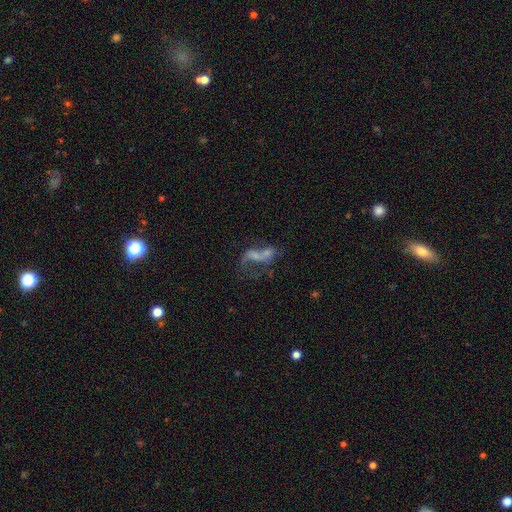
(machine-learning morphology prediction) smooth_or_featured: featured or disk (p=0.56) [alt: smooth p=0.25]
disk_edge_on: no (p=0.94) [alt: yes p=0.06]
bar: no (p=0.66) [alt: weak p=0.23]
has_spiral_arms: no (p=0.52) [alt: yes p=0.48]
bulge_size: none (p=0.54) [alt: small p=0.28]
merging: major disturbance (p=0.31) [alt: merger p=0.29]